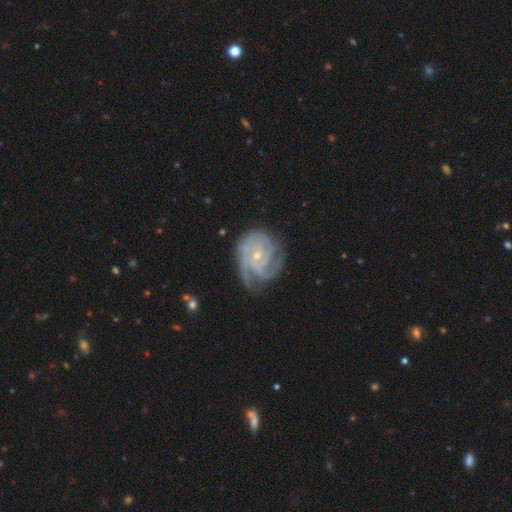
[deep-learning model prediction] Morphology: type=featured or disk (88%); edge-on=no (98%); bar=no (73%); spiral arms=yes (97%); winding=tight (67%); arm count=3 (32%); bulge=small (75%); merging=none (66%).